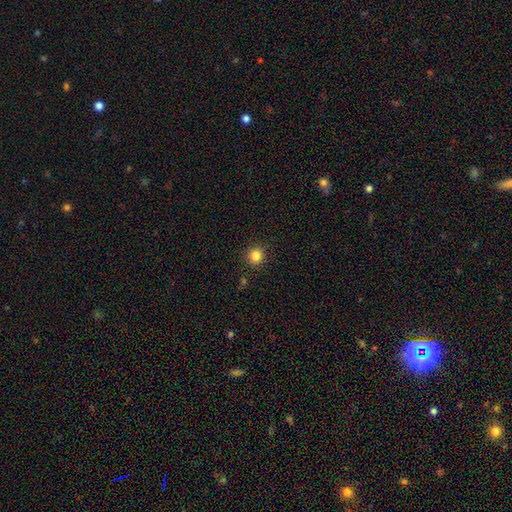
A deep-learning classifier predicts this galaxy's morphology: Smooth or featured? Predicted: smooth (p=0.83). How rounded? Predicted: round (p=0.92). Merging? Predicted: none (p=0.89).